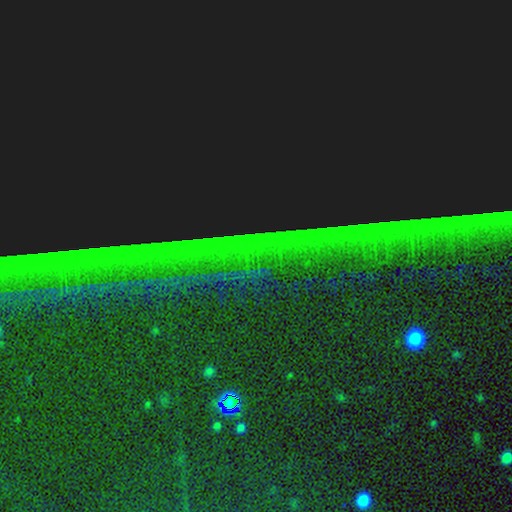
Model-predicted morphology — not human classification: The model was most divided on "smooth or featured": star or artifact: 88%, featured or disk: 6%, smooth: 6%.